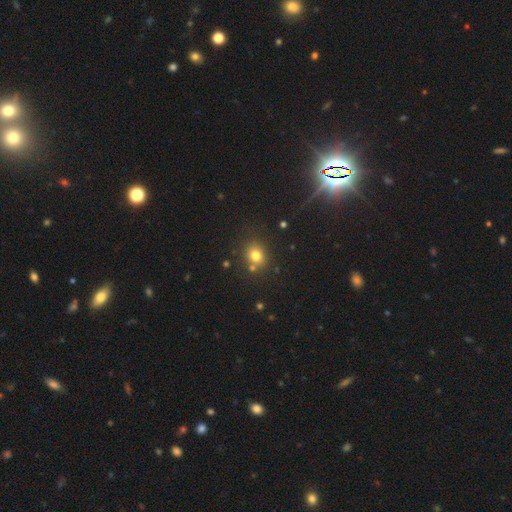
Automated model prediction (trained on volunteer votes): This appears to be a smooth galaxy with no disk features (76%) that is round (73%). Merging: none (75%).